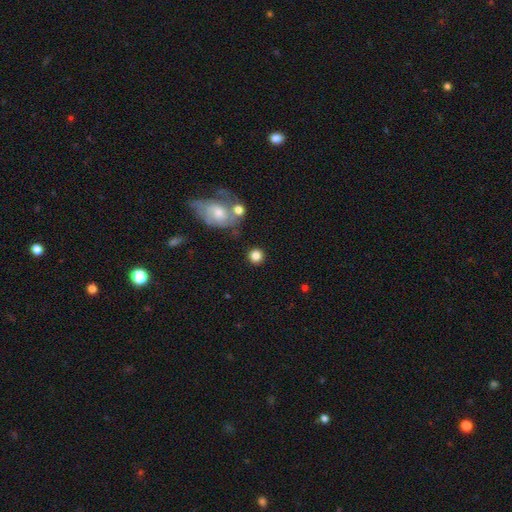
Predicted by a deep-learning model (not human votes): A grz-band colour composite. It shows a smooth galaxy with no disk features (83%) that is round (92%). Merging: none (83%).